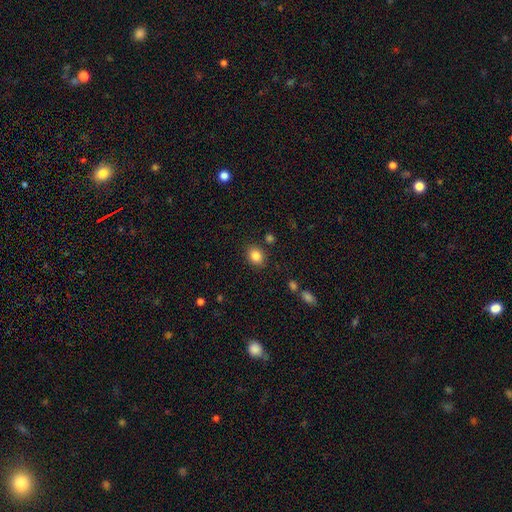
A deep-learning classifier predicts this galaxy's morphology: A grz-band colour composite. It shows a smooth galaxy with no disk features (84%) that is round (51%). Merging: none (85%).